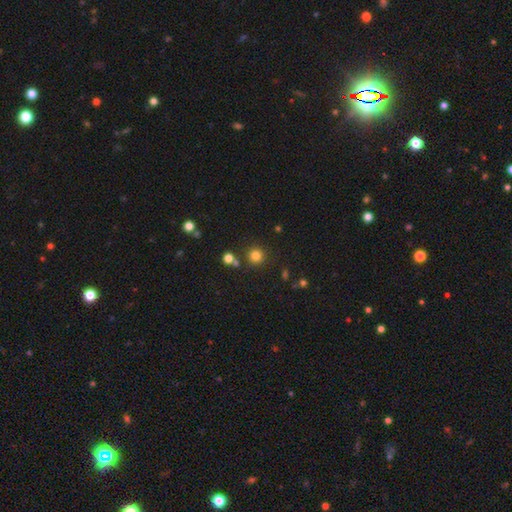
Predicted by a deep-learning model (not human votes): smooth_or_featured: smooth (p=0.80) [alt: star or artifact p=0.15]
how_rounded: round (p=0.94) [alt: in between p=0.05]
merging: none (p=0.84) [alt: minor disturbance p=0.07]